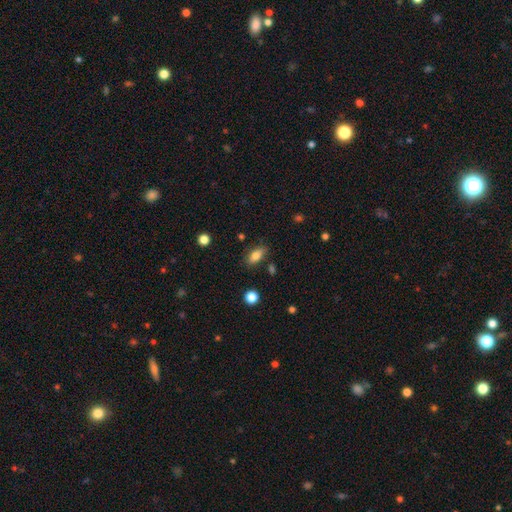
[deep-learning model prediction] The model was most divided on "merging": none: 79%, minor disturbance: 14%, merger: 3%, major disturbance: 3%. More confident: how rounded — in between (85%); smooth or featured — smooth (80%).